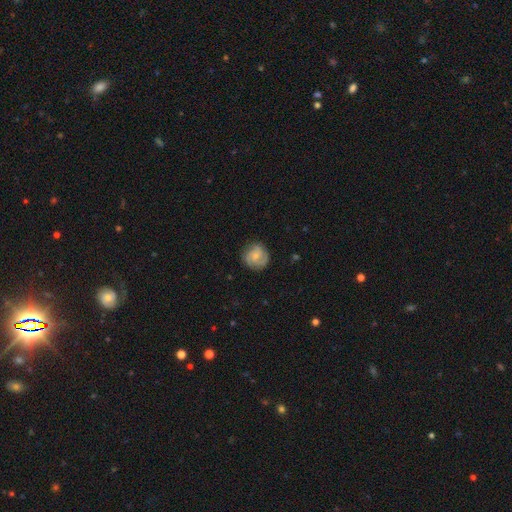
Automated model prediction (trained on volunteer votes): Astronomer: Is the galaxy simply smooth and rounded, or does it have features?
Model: featured or disk — 54% (runner-up: smooth, 39%).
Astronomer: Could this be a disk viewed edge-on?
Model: no — 98%.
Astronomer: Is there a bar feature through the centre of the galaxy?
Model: no — 72%.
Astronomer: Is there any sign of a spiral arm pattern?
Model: yes — 89%.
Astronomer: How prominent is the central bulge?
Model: small — 64%.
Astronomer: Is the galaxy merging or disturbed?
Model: none — 79%.